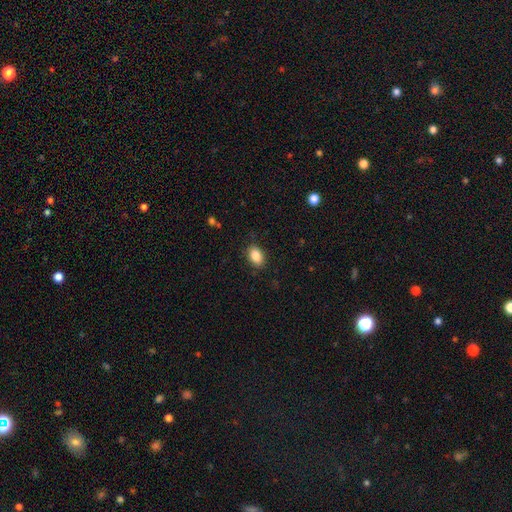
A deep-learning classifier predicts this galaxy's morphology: Smooth or featured: smooth — 86% (star or artifact — 8%)
How rounded: in between — 82% (round — 17%)
Merging: none — 87% (minor disturbance — 10%)